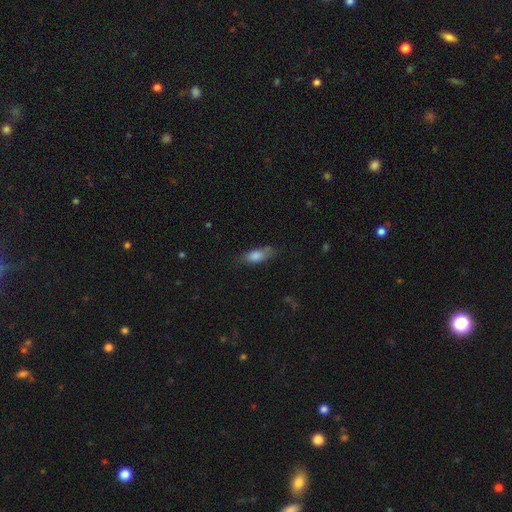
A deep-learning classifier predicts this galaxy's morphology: The model was most divided on "merging": none: 65%, minor disturbance: 25%, major disturbance: 7%, merger: 2%. More confident: smooth or featured — smooth (78%); how rounded — in between (70%).